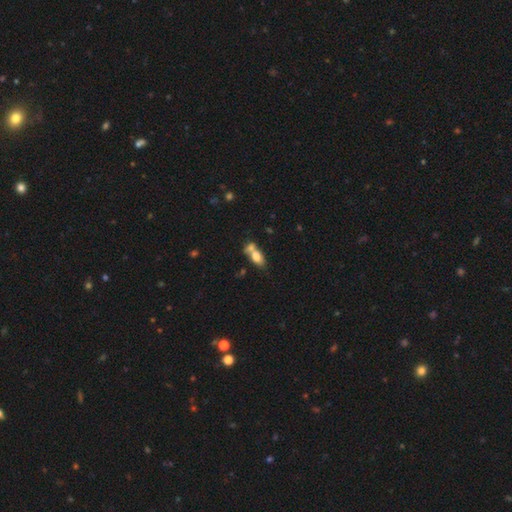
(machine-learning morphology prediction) Smooth or featured?
  - smooth: 75% *
  - featured or disk: 16%
  - star or artifact: 9%
How rounded?
  - in between: 85% *
  - cigar-shaped: 9%
  - round: 7%
Merging?
  - merger: 52% *
  - none: 32%
  - minor disturbance: 11%
  - major disturbance: 6%